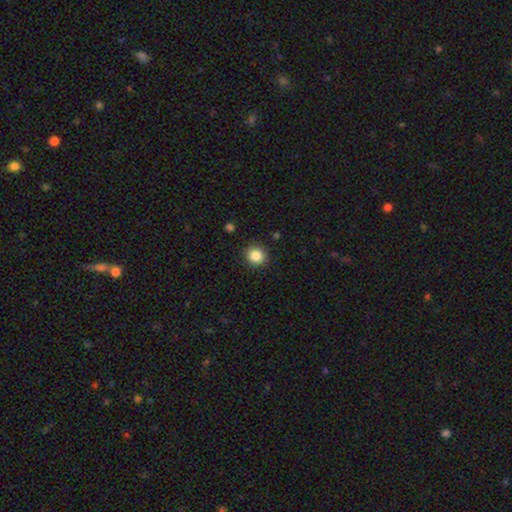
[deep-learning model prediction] Smooth or featured? smooth (84%)
How rounded? round (90%)
Merging? none (90%)